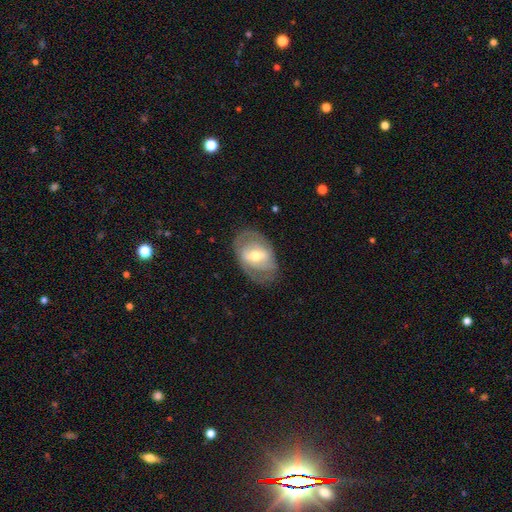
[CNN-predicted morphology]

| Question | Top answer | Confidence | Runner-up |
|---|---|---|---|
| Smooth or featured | featured or disk | 68% | smooth (26%) |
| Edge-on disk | no | 94% | yes (6%) |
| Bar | weak | 42% | strong (35%) |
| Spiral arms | yes | 65% | no (35%) |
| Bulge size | moderate | 64% | small (28%) |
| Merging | none | 72% | minor disturbance (18%) |